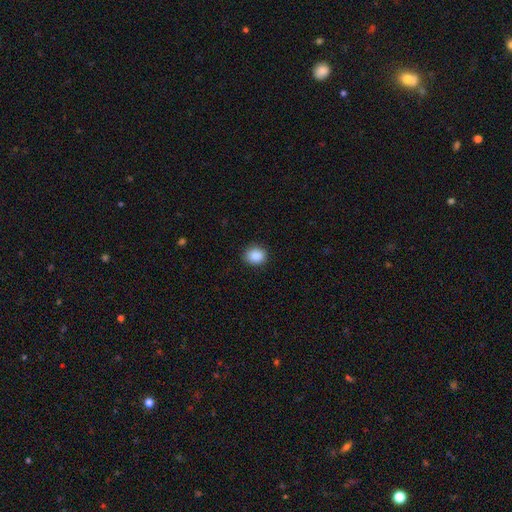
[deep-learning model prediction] Smooth or featured: smooth — 89% (star or artifact — 8%)
How rounded: round — 69% (in between — 31%)
Merging: none — 88% (minor disturbance — 8%)